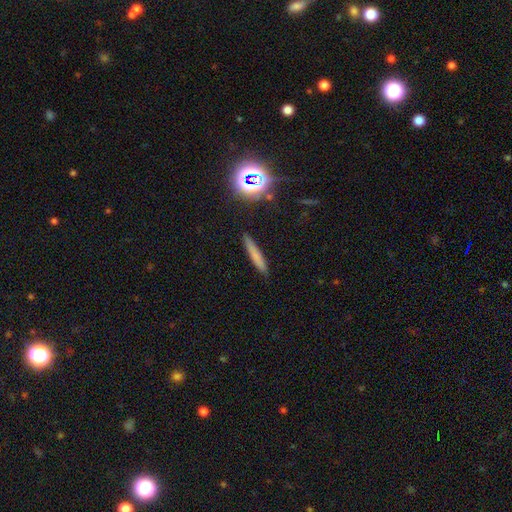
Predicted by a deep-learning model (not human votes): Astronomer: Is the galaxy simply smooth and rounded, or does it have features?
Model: smooth — 68%.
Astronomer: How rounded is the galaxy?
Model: cigar-shaped — 93%.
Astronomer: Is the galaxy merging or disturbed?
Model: none — 88%.